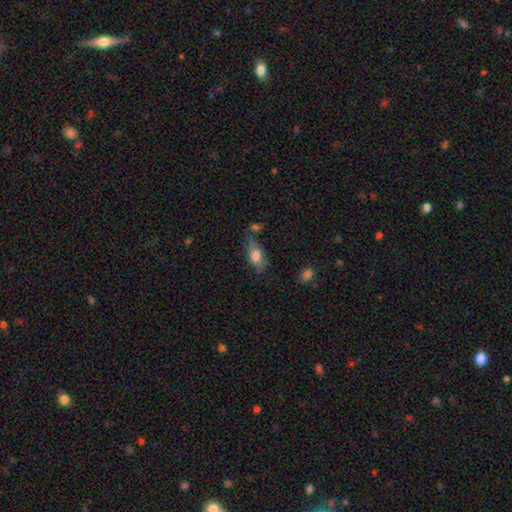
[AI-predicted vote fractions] smooth 71%, featured or disk 20%, star or artifact 9%. Down the decision tree: how rounded — in between (84%); merging — none (50%).